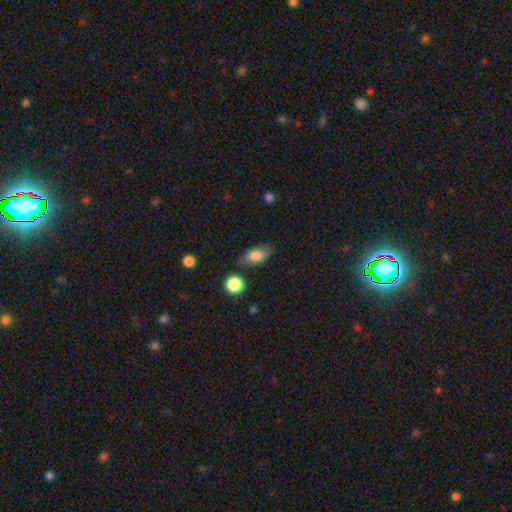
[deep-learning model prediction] A smooth galaxy with no disk features (78%) that is in between round and cigar-shaped (84%). Merging: none (74%).